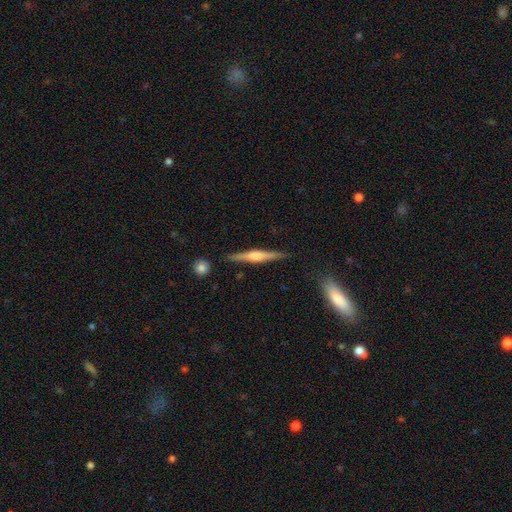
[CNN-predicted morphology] smooth-or-featured: featured or disk: 72% | smooth: 23% | star or artifact: 6%
  disk-edge-on: yes: 98% | no: 2%
    edge-on-bulge: rounded: 71% | boxy: 19% | none: 10%
  merging: none: 89% | minor disturbance: 8% | merger: 2% | major disturbance: 2%